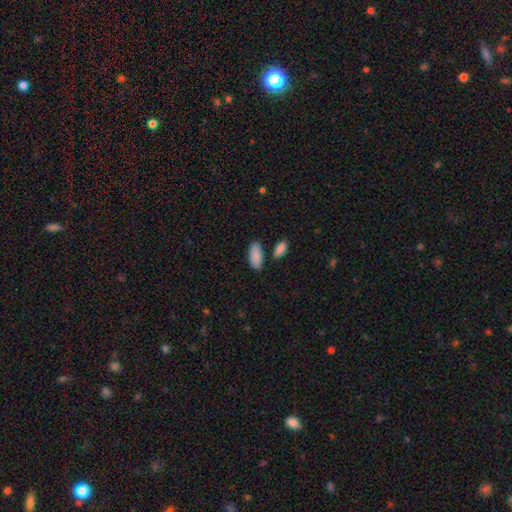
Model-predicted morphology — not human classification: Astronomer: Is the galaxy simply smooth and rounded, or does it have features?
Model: smooth — 88%.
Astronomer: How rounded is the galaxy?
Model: in between — 83%.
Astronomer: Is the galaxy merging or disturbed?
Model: none — 78%.